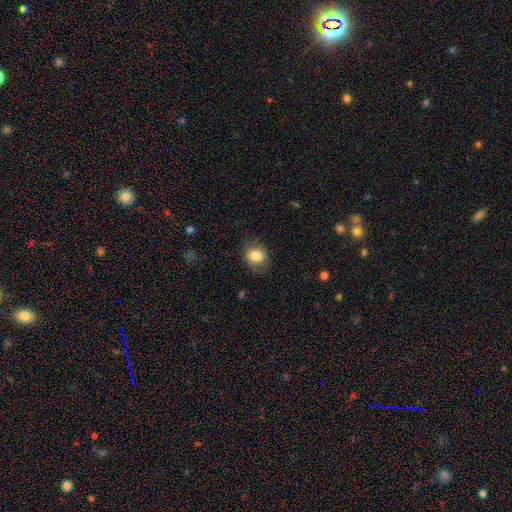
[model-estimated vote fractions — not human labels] Smooth or featured? Predicted: smooth (p=0.80). How rounded? Predicted: round (p=0.65). Merging? Predicted: none (p=0.76).